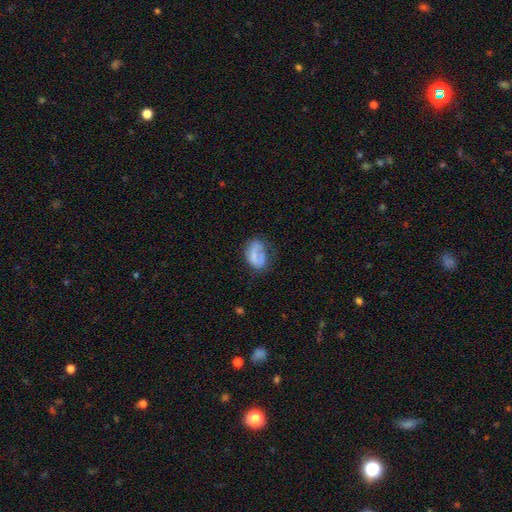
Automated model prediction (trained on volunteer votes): Smooth or featured?
  - smooth: 63% *
  - featured or disk: 28%
  - star or artifact: 9%
How rounded?
  - in between: 78% *
  - round: 21%
  - cigar-shaped: 1%
Merging?
  - none: 43% *
  - minor disturbance: 29%
  - major disturbance: 24%
  - merger: 3%